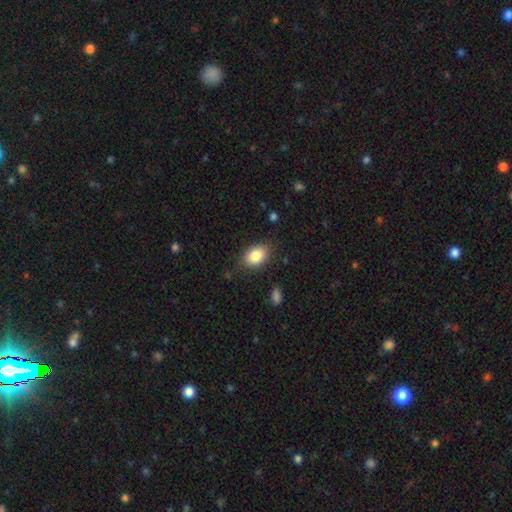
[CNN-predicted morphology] A smooth galaxy with no disk features (85%) that is in between round and cigar-shaped (83%).

Vote fractions:
- Smooth or featured? smooth: 85% / star or artifact: 8% / featured or disk: 7%
- How rounded? in between: 83% / round: 16% / cigar-shaped: 1%
- Merging? none: 82% / minor disturbance: 13% / major disturbance: 3% / merger: 1%